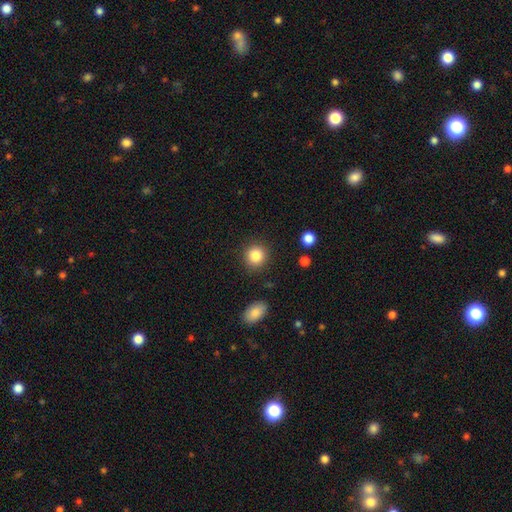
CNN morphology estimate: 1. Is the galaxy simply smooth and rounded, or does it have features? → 85% smooth, 9% star or artifact, 5% featured or disk.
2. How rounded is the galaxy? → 88% round, 11% in between, 1% cigar-shaped.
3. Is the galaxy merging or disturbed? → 89% none, 7% minor disturbance, 3% major disturbance, 2% merger.